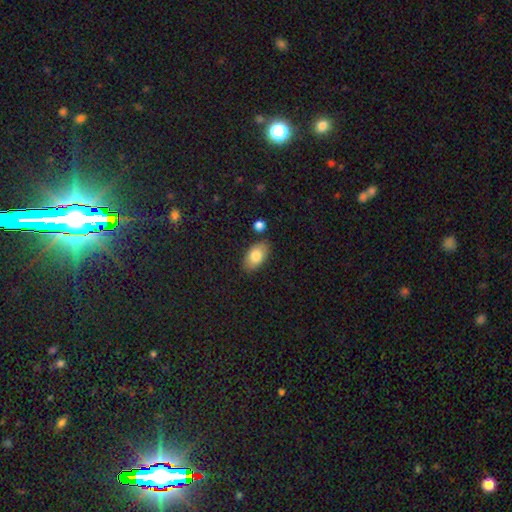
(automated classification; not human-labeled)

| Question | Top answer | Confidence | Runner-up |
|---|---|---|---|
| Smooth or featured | smooth | 82% | featured or disk (11%) |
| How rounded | in between | 92% | round (6%) |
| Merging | none | 83% | minor disturbance (11%) |